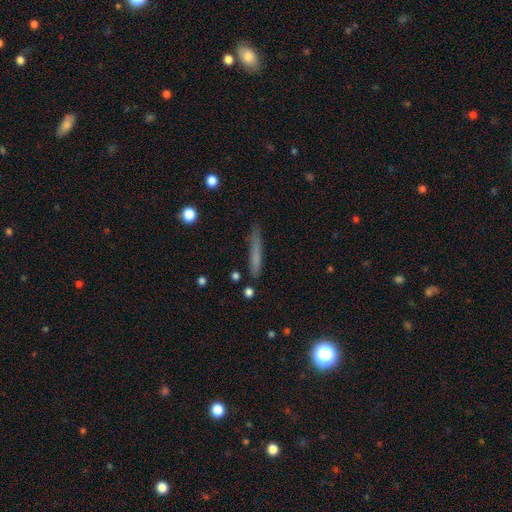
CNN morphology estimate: This is likely a smooth galaxy (68%). How rounded: clearly cigar-shaped (94%). Merging: likely none (78%).